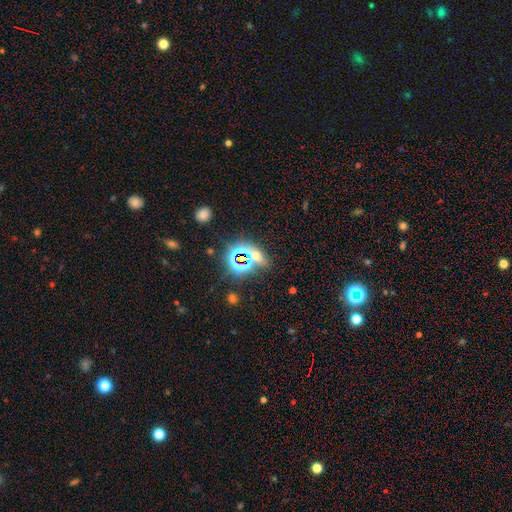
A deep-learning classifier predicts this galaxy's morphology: This appears to be a star or artifact, not a galaxy (55%).